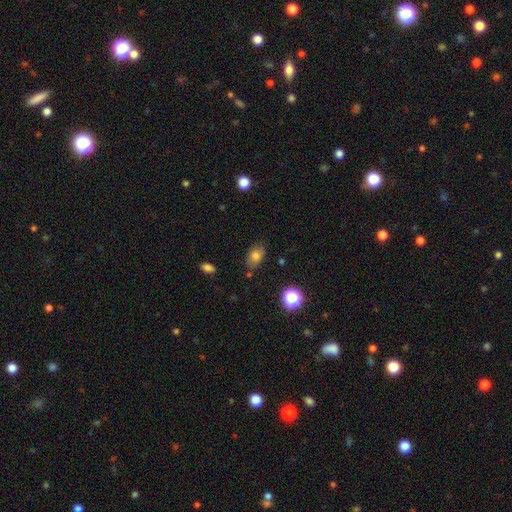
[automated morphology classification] Smooth or featured? smooth (78%)
How rounded? in between (80%)
Merging? none (77%)